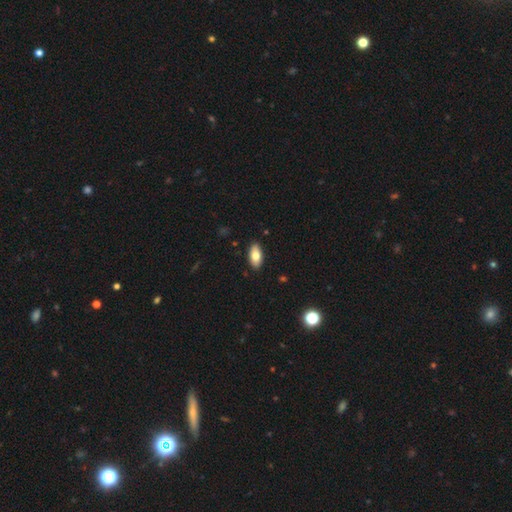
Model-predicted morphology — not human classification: A smooth galaxy with no disk features (79%) that is in between round and cigar-shaped (91%). Merging: none (89%).